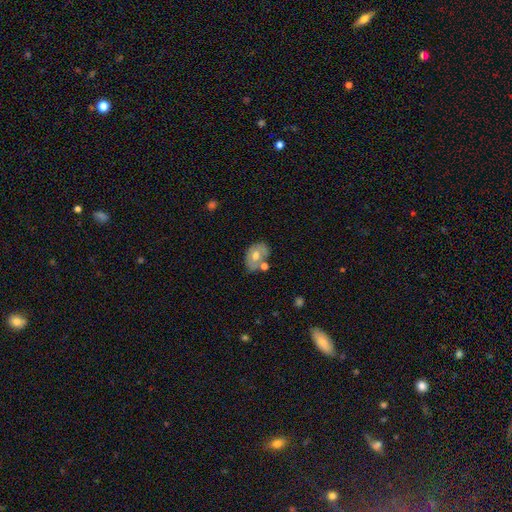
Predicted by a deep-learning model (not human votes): Smooth or featured?
  - smooth: 53% *
  - featured or disk: 40%
  - star or artifact: 7%
How rounded?
  - in between: 73% *
  - round: 26%
  - cigar-shaped: 1%
Merging?
  - none: 46% *
  - merger: 24%
  - minor disturbance: 22%
  - major disturbance: 7%